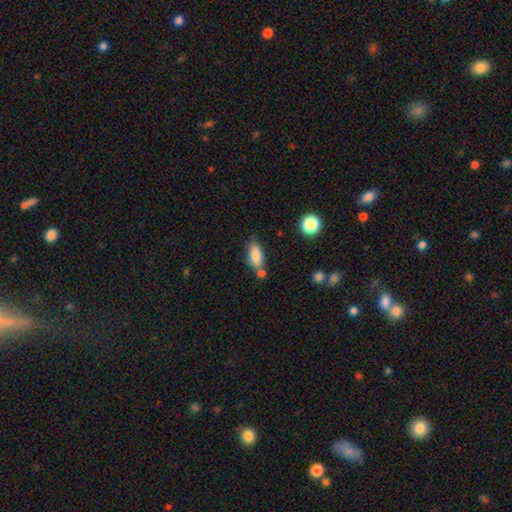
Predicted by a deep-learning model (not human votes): Morphology: type=smooth (83%); roundness=in between (87%); merging=none (57%).